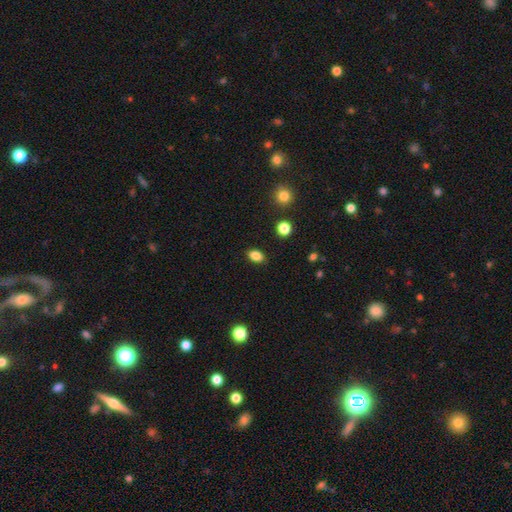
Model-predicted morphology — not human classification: smooth-or-featured: smooth: 85% | star or artifact: 10% | featured or disk: 5%
  how-rounded: in between: 84% | round: 14% | cigar-shaped: 2%
  merging: none: 88% | minor disturbance: 9% | major disturbance: 2% | merger: 1%